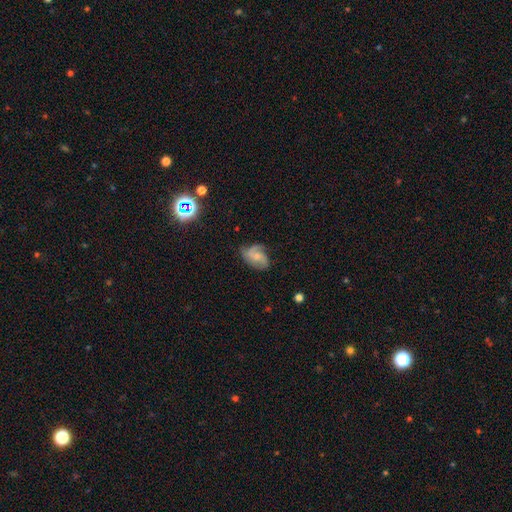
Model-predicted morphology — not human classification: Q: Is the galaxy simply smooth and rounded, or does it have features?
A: featured or disk — 66%.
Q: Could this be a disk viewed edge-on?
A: no — 97%.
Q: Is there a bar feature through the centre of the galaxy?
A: no — 62%.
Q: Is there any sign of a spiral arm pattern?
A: yes — 91%.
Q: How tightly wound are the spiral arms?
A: medium — 47%.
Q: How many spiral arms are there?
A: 2 — 44%.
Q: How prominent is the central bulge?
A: small — 45%.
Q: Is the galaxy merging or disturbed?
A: none — 56%.